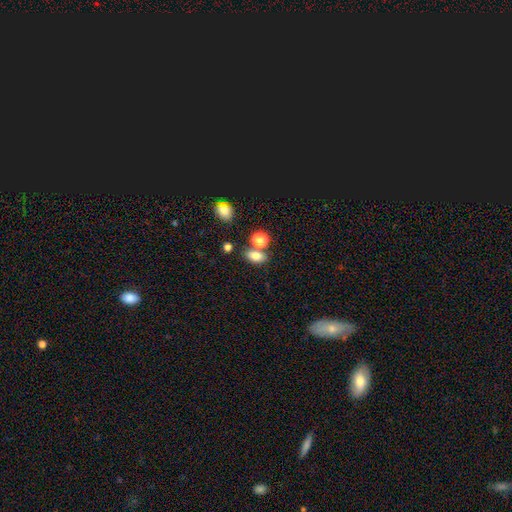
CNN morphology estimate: The model was most divided on "merging": none: 63%, merger: 23%, minor disturbance: 11%, major disturbance: 4%. More confident: smooth or featured — smooth (77%); how rounded — in between (76%).